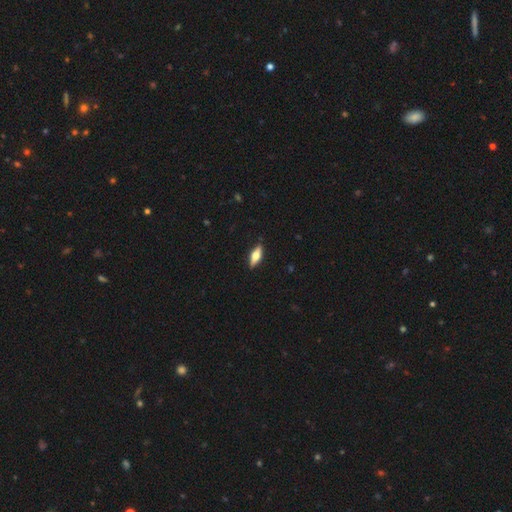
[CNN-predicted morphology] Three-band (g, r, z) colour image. It shows a smooth galaxy with no disk features (51%) that is in between round and cigar-shaped (59%). Merging: none (88%).